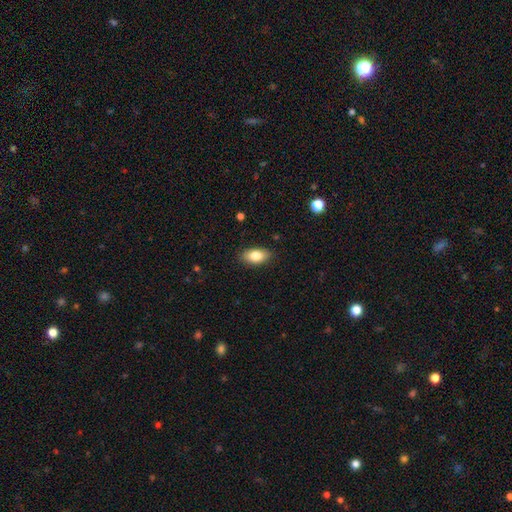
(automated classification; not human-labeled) Smooth or featured: smooth — 82% (featured or disk — 11%)
How rounded: in between — 91% (round — 5%)
Merging: none — 87% (minor disturbance — 10%)